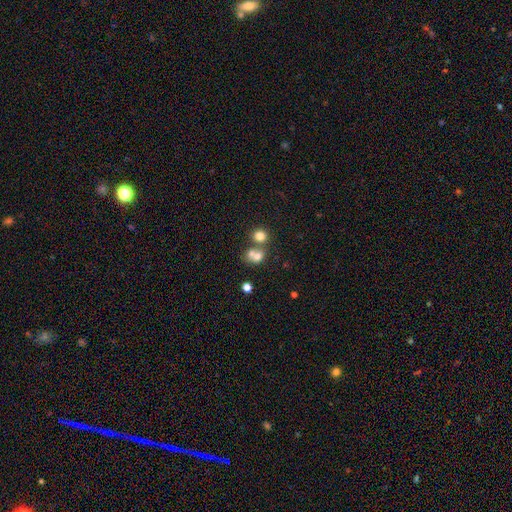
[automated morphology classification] Smooth or featured? smooth (70%)
How rounded? round (66%)
Merging? merger (54%)